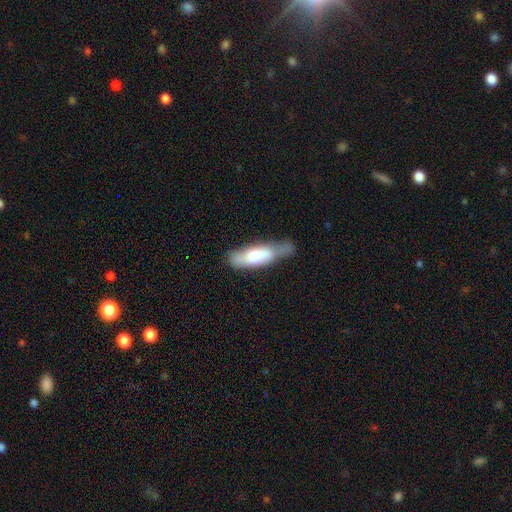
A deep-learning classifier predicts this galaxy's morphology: A smooth galaxy with no disk features (65%) that is in between round and cigar-shaped (52%).

Vote fractions:
- Smooth or featured? smooth: 65% / featured or disk: 30% / star or artifact: 6%
- How rounded? in between: 52% / cigar-shaped: 46% / round: 2%
- Merging? none: 43% / minor disturbance: 37% / major disturbance: 14% / merger: 6%